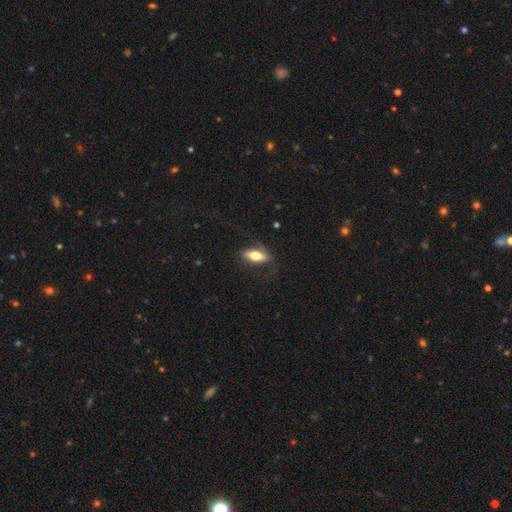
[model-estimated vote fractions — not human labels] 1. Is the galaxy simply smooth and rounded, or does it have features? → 62% smooth, 32% featured or disk, 6% star or artifact.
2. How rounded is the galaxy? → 72% in between, 24% cigar-shaped, 4% round.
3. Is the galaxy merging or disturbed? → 64% none, 21% minor disturbance, 14% major disturbance, 2% merger.